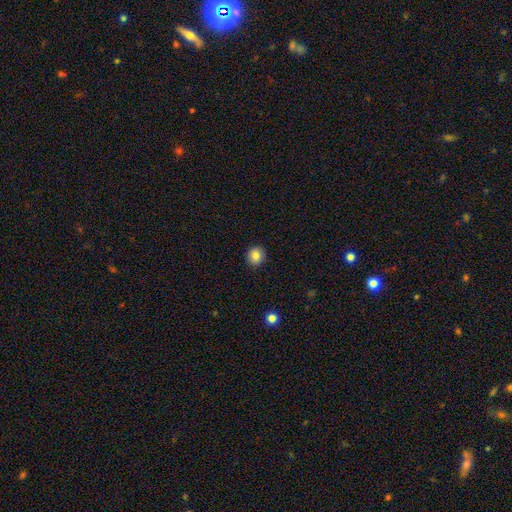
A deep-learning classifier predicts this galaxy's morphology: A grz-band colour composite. It shows a smooth galaxy with no disk features (84%) that is round (89%). Merging: none (91%).